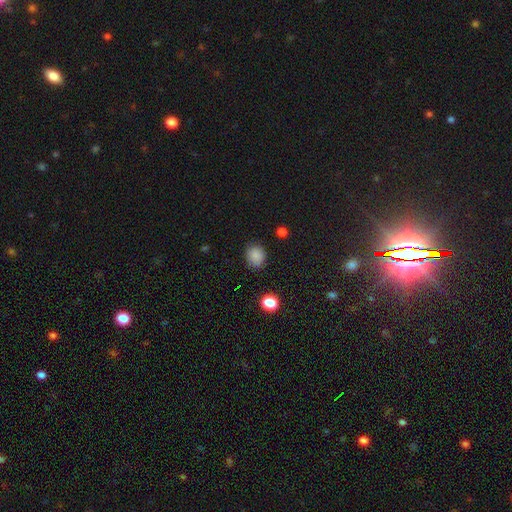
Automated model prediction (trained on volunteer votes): smooth 84%, star or artifact 11%, featured or disk 4%. Down the decision tree: how rounded — round (71%); merging — none (82%).